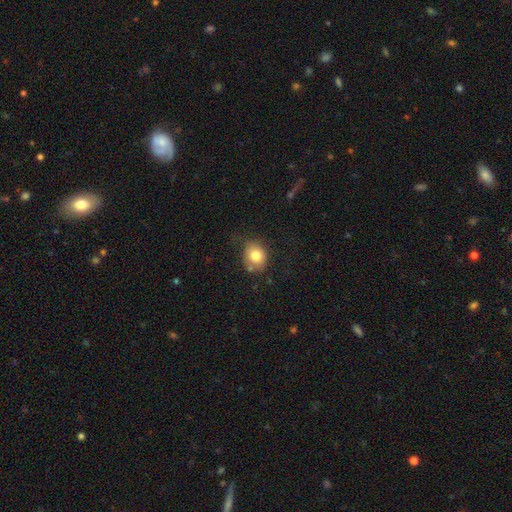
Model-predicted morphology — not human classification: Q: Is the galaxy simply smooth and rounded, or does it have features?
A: smooth — 78%.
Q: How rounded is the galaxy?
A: round — 62%.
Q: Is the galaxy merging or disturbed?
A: none — 67%.